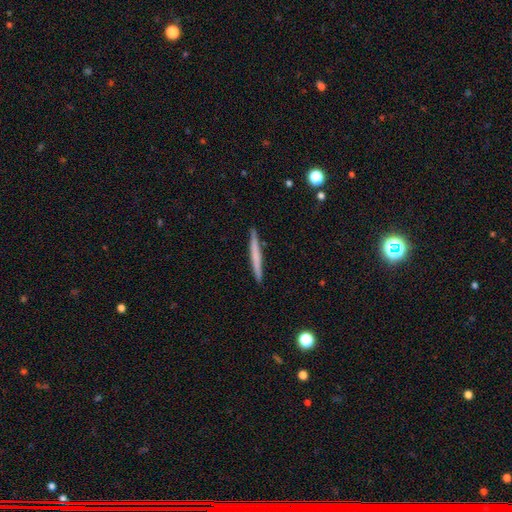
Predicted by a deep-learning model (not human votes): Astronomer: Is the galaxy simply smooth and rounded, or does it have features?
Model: smooth — 58% (runner-up: featured or disk, 36%).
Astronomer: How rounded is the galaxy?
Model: cigar-shaped — 97%.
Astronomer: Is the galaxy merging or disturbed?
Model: none — 91%.